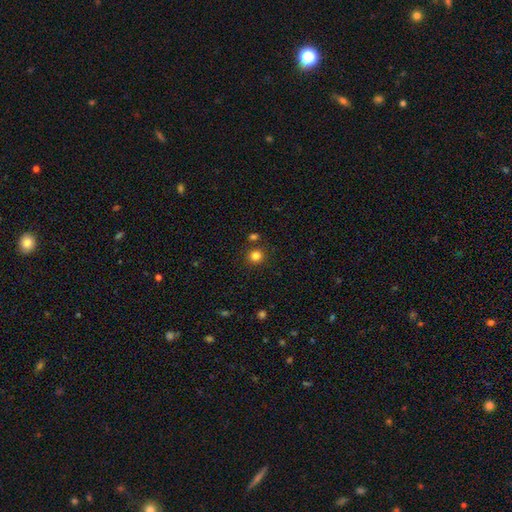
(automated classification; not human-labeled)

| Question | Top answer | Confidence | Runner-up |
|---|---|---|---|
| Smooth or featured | smooth | 82% | star or artifact (13%) |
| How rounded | round | 89% | in between (10%) |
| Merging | none | 81% | minor disturbance (8%) |